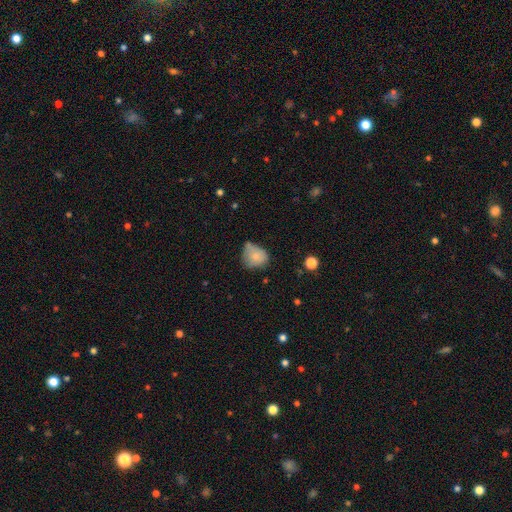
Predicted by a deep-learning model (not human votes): Smooth or featured?
  - smooth: 78% *
  - featured or disk: 13%
  - star or artifact: 9%
How rounded?
  - round: 64% *
  - in between: 35%
  - cigar-shaped: 1%
Merging?
  - none: 39% *
  - minor disturbance: 38%
  - major disturbance: 12%
  - merger: 11%